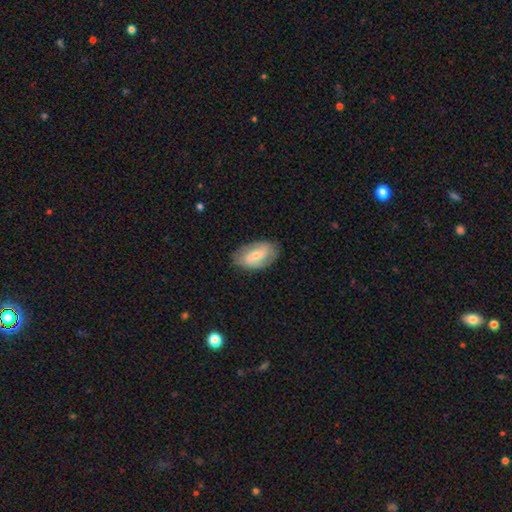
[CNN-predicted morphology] This is possibly a featured or disk galaxy (53%). It is clearly not viewed edge-on (95%). Bar: marginally weak (44%). Spiral arm pattern: likely yes (75%). Central bulge: possibly small (50%). Merging: likely none (79%).